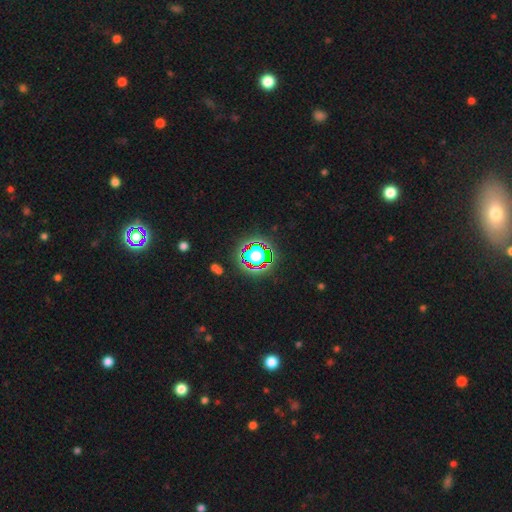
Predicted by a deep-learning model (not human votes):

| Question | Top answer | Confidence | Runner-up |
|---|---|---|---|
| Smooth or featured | star or artifact | 65% | smooth (21%) |